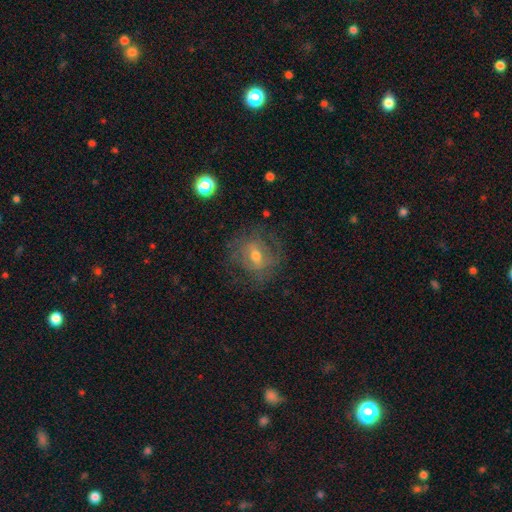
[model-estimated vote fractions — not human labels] smooth-or-featured: featured or disk: 59% | smooth: 26% | star or artifact: 14%
  disk-edge-on: no: 94% | yes: 6%
    bar: weak: 45% | no: 39% | strong: 16%
    has-spiral-arms: yes: 66% | no: 34%
    bulge-size: moderate: 59% | small: 35% | large: 4% | none: 2% | dominant: 1%
  merging: none: 69% | minor disturbance: 17% | major disturbance: 13% | merger: 1%